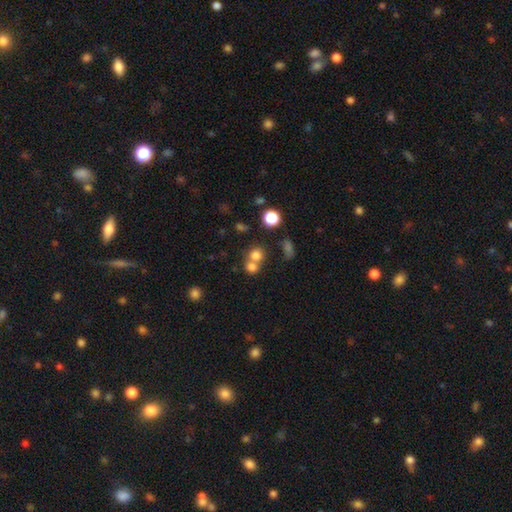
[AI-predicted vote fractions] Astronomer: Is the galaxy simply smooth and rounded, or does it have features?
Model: smooth — 75%.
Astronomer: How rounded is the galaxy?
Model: round — 81%.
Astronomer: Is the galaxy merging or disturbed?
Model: merger — 47% (runner-up: none, 44%).